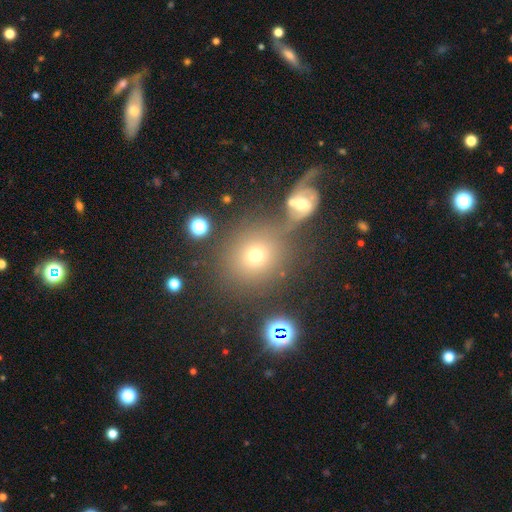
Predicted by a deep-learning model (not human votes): Q: Smooth or featured?
A: smooth (63%); runner-up: star or artifact (20%)
Q: How rounded?
A: round (86%); runner-up: in between (13%)
Q: Merging?
A: none (66%); runner-up: merger (19%)